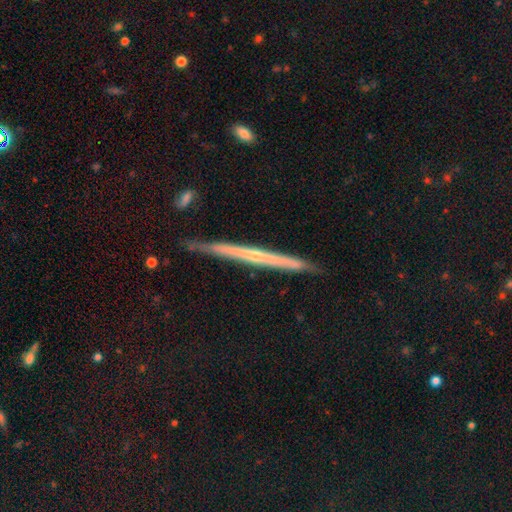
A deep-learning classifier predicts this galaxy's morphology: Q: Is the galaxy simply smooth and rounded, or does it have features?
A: featured or disk — 75%.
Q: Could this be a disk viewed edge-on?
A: yes — 97%.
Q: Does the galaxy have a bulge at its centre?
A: none — 49%.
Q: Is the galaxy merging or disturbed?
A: none — 85%.